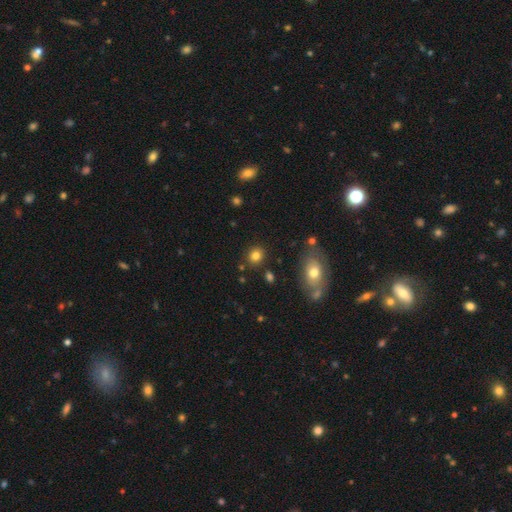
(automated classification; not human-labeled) smooth-or-featured: smooth: 81% | star or artifact: 12% | featured or disk: 7%
  how-rounded: round: 76% | in between: 23% | cigar-shaped: 1%
  merging: none: 86% | minor disturbance: 8% | merger: 4% | major disturbance: 2%